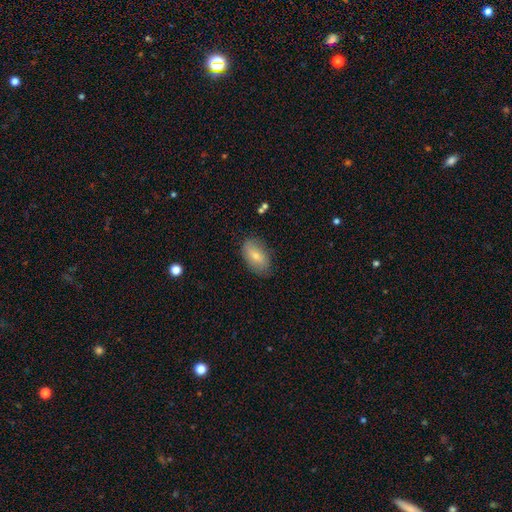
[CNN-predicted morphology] Overall: smooth (70%). How rounded: in between (91%). Merging: none (78%).